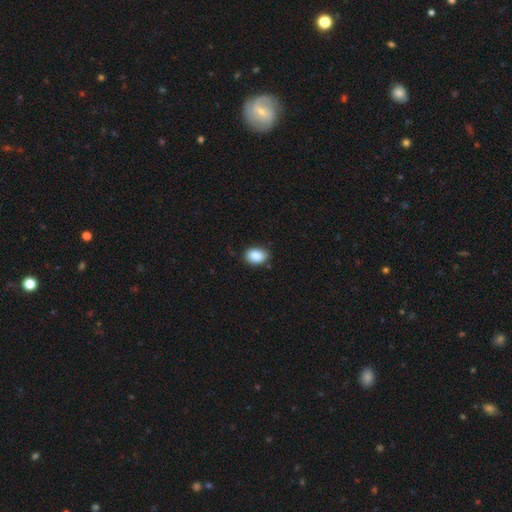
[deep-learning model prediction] Smooth or featured?
  - smooth: 85% *
  - star or artifact: 8%
  - featured or disk: 6%
How rounded?
  - in between: 72% *
  - round: 27%
  - cigar-shaped: 1%
Merging?
  - none: 86% *
  - minor disturbance: 11%
  - major disturbance: 2%
  - merger: 1%